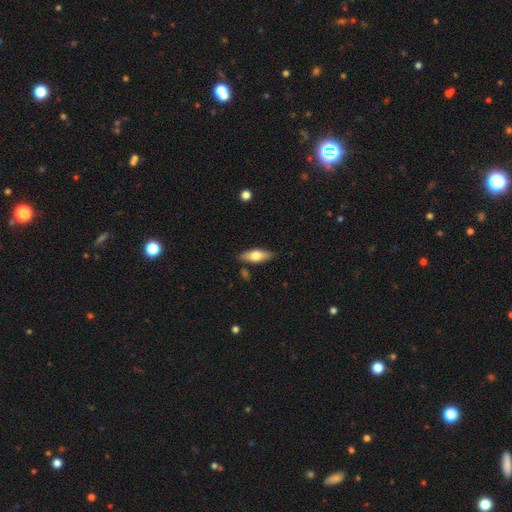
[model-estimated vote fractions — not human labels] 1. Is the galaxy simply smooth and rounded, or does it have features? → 59% smooth, 35% featured or disk, 6% star or artifact.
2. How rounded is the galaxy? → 66% in between, 31% cigar-shaped, 3% round.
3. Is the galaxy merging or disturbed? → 84% none, 11% minor disturbance, 3% merger, 2% major disturbance.